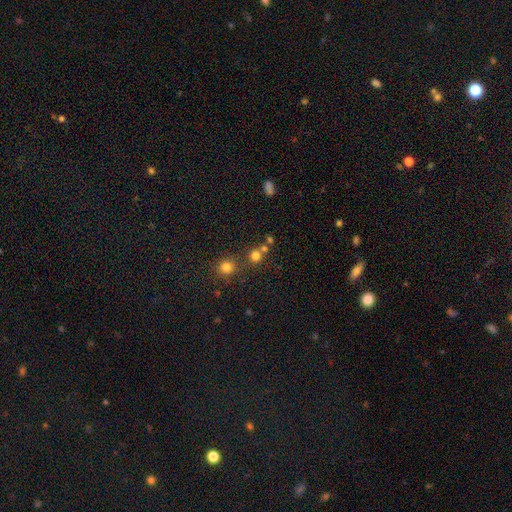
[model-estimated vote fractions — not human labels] smooth_or_featured: smooth (p=0.75) [alt: star or artifact p=0.18]
how_rounded: round (p=0.89) [alt: in between p=0.10]
merging: none (p=0.63) [alt: merger p=0.26]